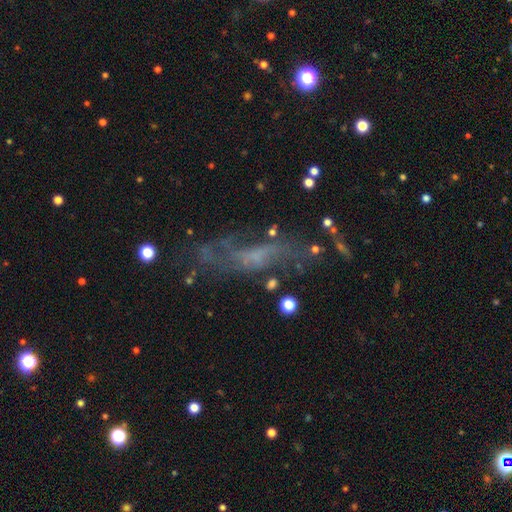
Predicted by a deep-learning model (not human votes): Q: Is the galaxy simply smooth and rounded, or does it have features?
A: featured or disk — 62%.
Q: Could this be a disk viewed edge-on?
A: no — 81%.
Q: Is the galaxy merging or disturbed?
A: none — 51%.